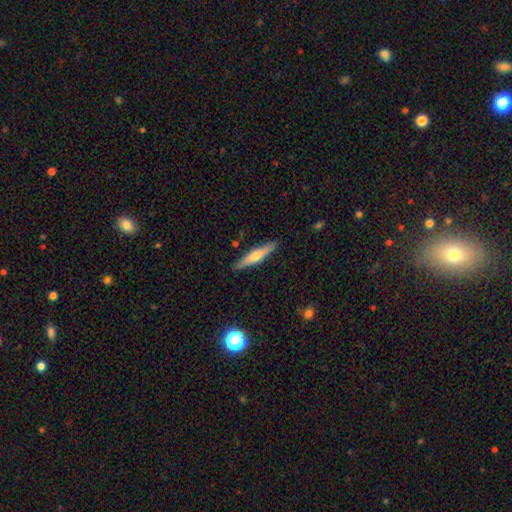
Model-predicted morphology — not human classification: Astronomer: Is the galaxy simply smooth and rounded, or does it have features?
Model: featured or disk — 50% (runner-up: smooth, 44%).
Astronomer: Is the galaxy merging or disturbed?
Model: none — 90%.